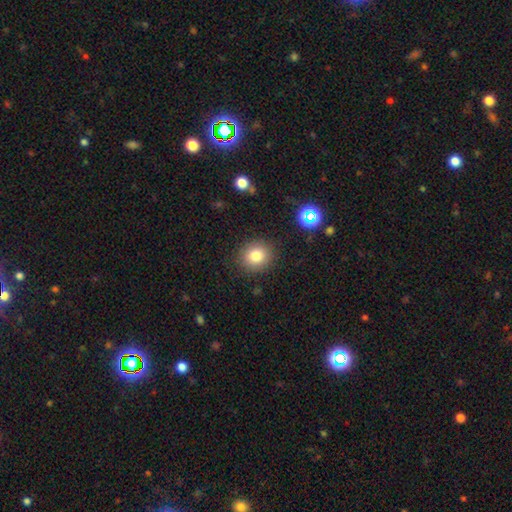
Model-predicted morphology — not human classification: Smooth or featured: smooth — 80% (star or artifact — 12%)
How rounded: round — 85% (in between — 14%)
Merging: none — 89% (minor disturbance — 7%)